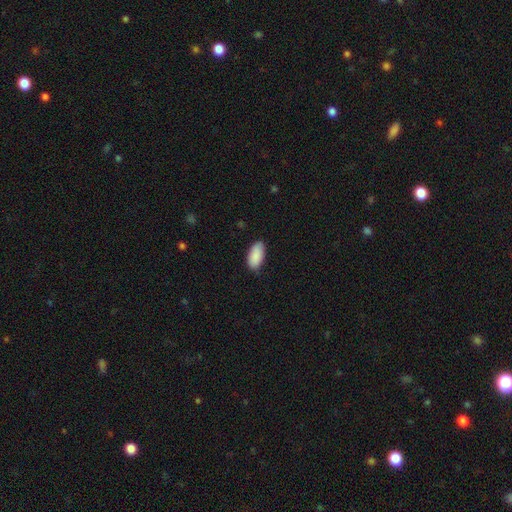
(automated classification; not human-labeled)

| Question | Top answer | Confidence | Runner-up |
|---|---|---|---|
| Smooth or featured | smooth | 90% | star or artifact (6%) |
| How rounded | in between | 93% | cigar-shaped (5%) |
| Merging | none | 81% | minor disturbance (16%) |